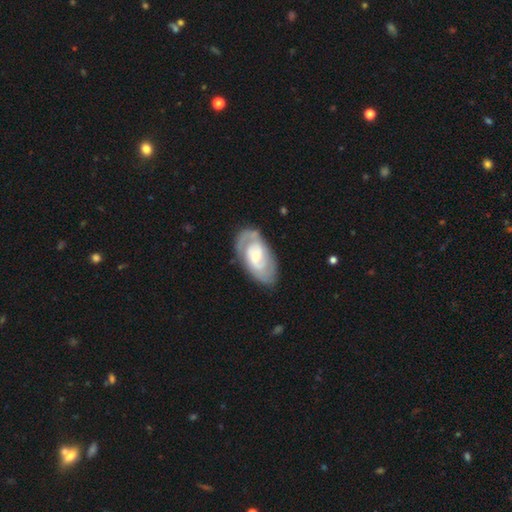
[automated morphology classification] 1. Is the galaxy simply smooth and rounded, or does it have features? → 77% featured or disk, 19% smooth, 5% star or artifact.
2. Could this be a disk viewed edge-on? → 95% no, 5% yes.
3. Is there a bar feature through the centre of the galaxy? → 52% no, 38% weak, 10% strong.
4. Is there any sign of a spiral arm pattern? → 86% yes, 14% no.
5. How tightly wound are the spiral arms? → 54% tight, 34% medium, 11% loose.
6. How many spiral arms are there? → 58% 2, 25% can't tell, 8% 1, 5% 3, 2% 4, 2% more than 4.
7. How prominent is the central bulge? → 49% small, 43% moderate, 5% large, 2% none, 1% dominant.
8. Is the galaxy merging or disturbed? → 74% none, 17% minor disturbance, 7% major disturbance, 2% merger.